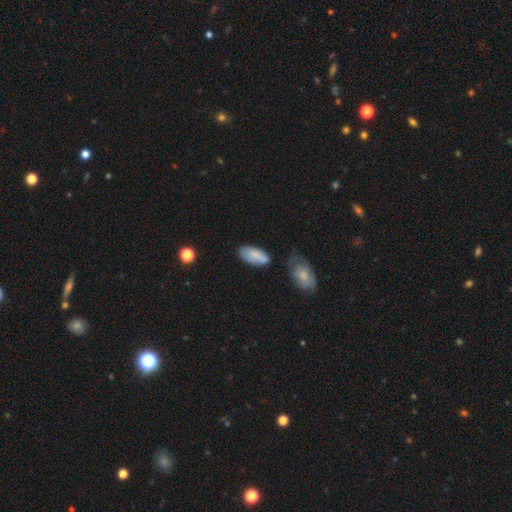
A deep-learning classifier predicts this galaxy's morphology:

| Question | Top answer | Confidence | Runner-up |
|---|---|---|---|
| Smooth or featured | smooth | 75% | featured or disk (18%) |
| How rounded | in between | 92% | cigar-shaped (6%) |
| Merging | none | 60% | minor disturbance (25%) |